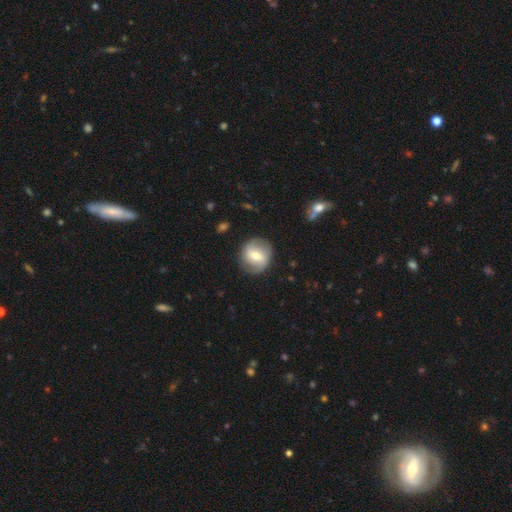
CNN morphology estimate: smooth_or_featured: featured or disk (p=0.48) [alt: smooth p=0.45]
merging: none (p=0.84) [alt: minor disturbance p=0.11]